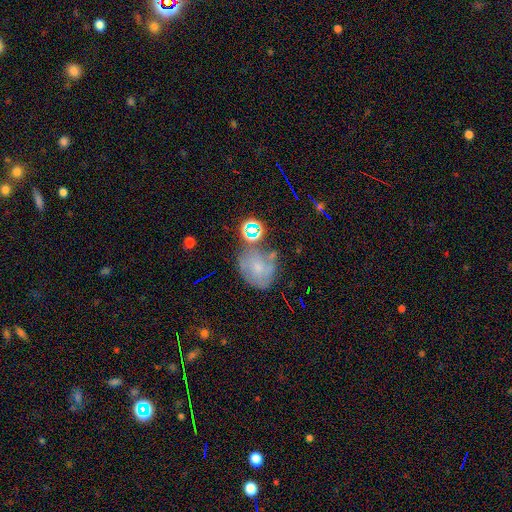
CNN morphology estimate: This appears to be a featured or disk galaxy (49%). Merging: none (61%).